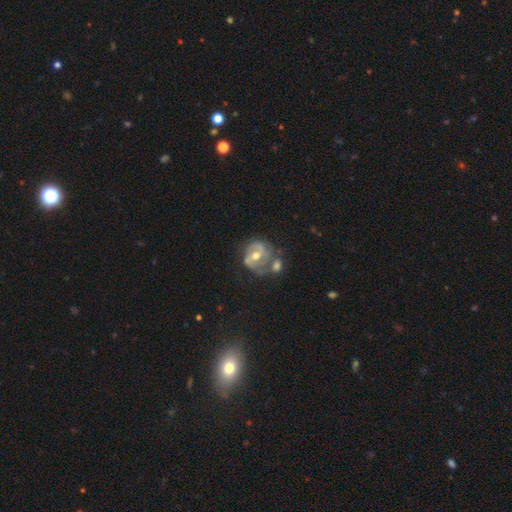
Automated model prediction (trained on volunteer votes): Overall: featured or disk (77%). Edge-on disk: no (97%). Bar: weak (41%, tied with no). Spiral arms: yes (86%). Spiral arm count: 2 (69%). Spiral winding: medium (44%; tight 39%). Bulge size: moderate (74%). Merging: none (48%; merger 24%).